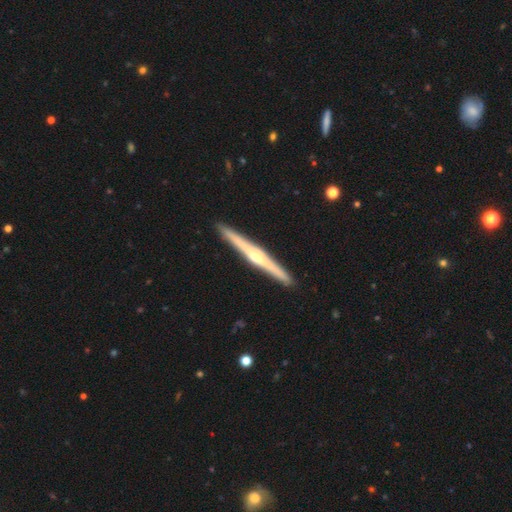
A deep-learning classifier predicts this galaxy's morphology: type=featured or disk (77%); edge-on=yes (98%); edge-on bulge=rounded (82%); merging=none (93%).